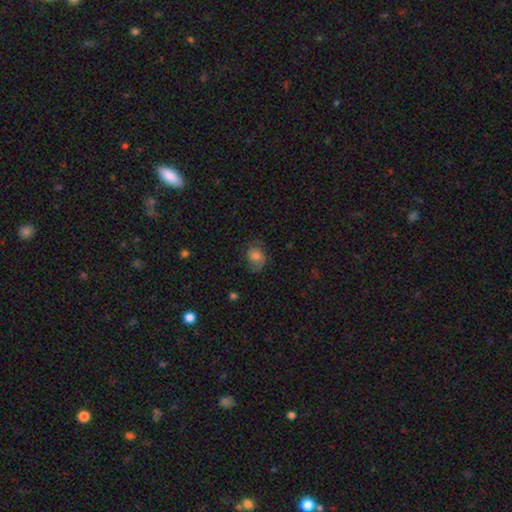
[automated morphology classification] This appears to be a smooth galaxy with no disk features (71%) that is in between round and cigar-shaped (55%). Merging: none (58%).